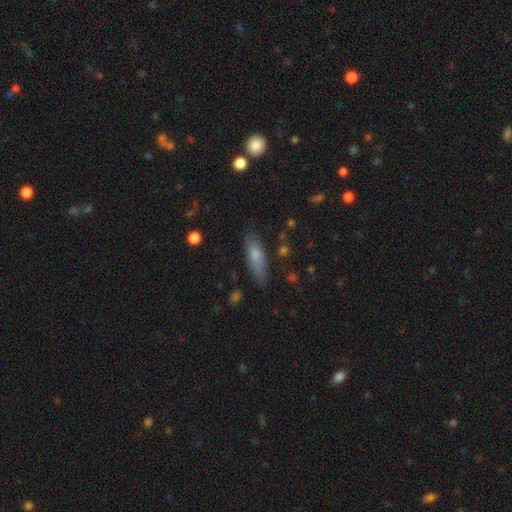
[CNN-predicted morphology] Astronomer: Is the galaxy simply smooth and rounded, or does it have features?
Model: smooth — 70%.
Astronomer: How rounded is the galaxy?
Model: cigar-shaped — 49%, tied with in between at 49%.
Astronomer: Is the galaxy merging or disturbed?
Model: none — 79%.